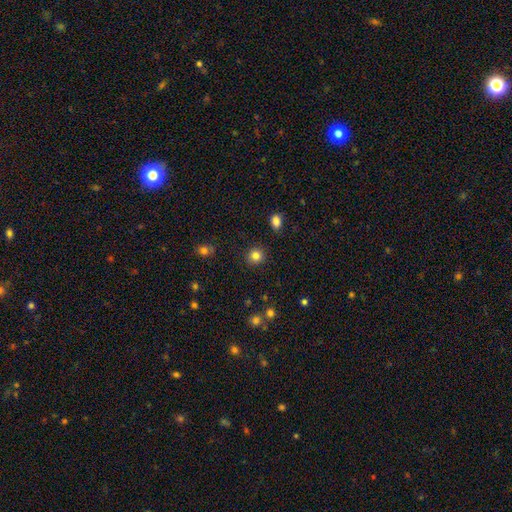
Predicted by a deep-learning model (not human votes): smooth_or_featured: smooth (p=0.84) [alt: star or artifact p=0.11]
how_rounded: round (p=0.90) [alt: in between p=0.09]
merging: none (p=0.90) [alt: minor disturbance p=0.06]